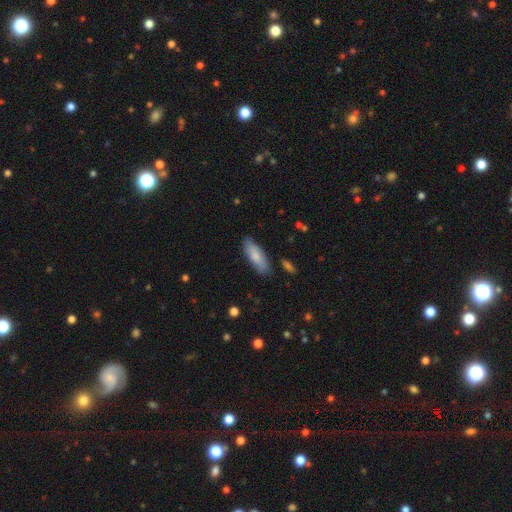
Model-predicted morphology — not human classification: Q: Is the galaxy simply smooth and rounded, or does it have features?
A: smooth — 77%.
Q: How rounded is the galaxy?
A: in between — 68%.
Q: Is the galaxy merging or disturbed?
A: none — 82%.